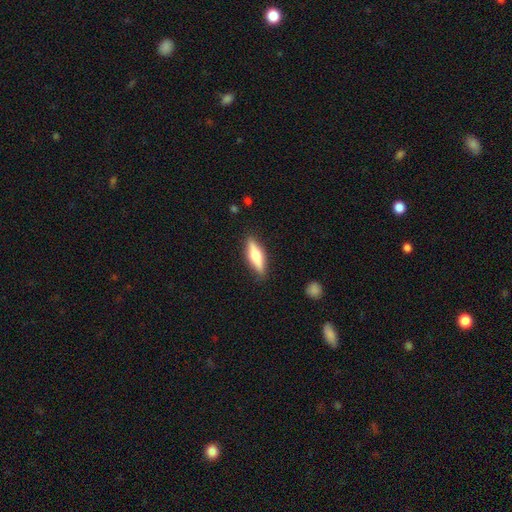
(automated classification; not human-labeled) featured or disk 48%, smooth 47%, star or artifact 6%. Down the decision tree: merging — none (88%).